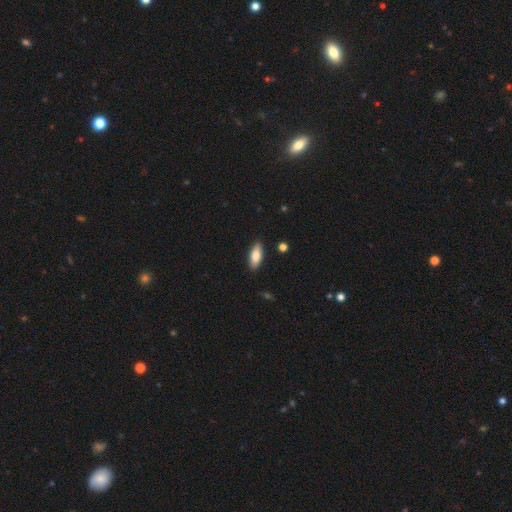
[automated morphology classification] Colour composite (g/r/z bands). It shows a smooth galaxy with no disk features (82%) that is in between round and cigar-shaped (80%). Merging: none (88%).